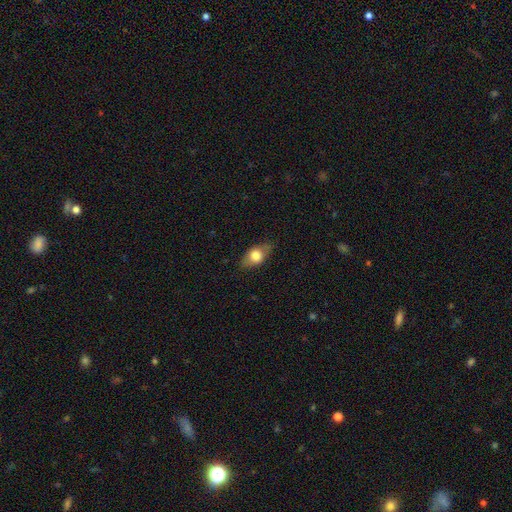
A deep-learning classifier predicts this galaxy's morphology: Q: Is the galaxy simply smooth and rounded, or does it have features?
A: smooth — 70%.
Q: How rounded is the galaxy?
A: in between — 81%.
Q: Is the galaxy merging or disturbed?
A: none — 77%.